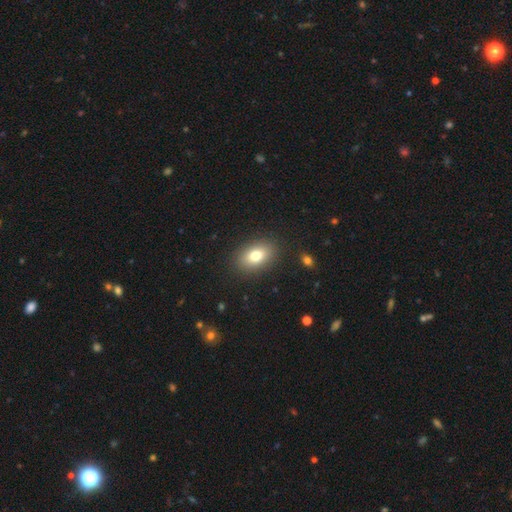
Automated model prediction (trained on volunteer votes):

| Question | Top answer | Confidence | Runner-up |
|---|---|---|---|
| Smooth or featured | smooth | 77% | featured or disk (13%) |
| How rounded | in between | 84% | round (14%) |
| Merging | none | 88% | minor disturbance (8%) |